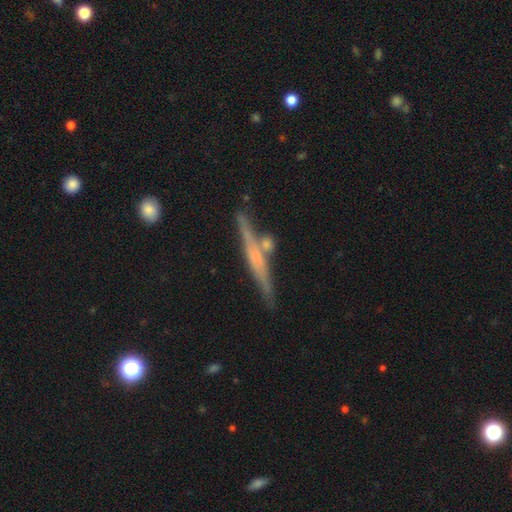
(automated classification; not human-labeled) featured or disk 64%, smooth 29%, star or artifact 7%. Down the decision tree: edge-on disk — yes (96%); edge-on bulge — none (43%); merging — none (73%).